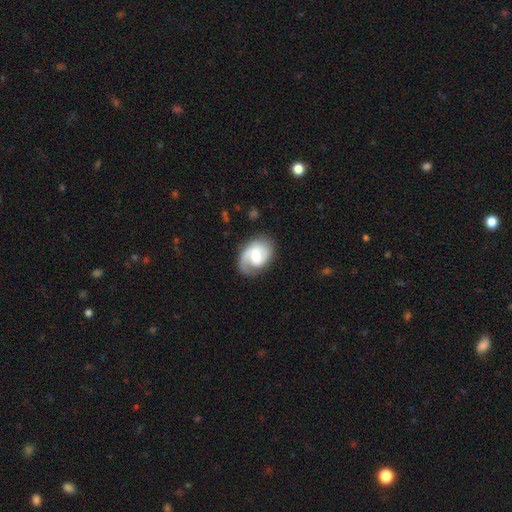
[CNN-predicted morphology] This appears to be a featured or disk galaxy (75%) with a weak bar (48%), 2 (54%) medium (44%) spiral arms (93%) and a moderate central bulge (61%). Merging: none (68%).